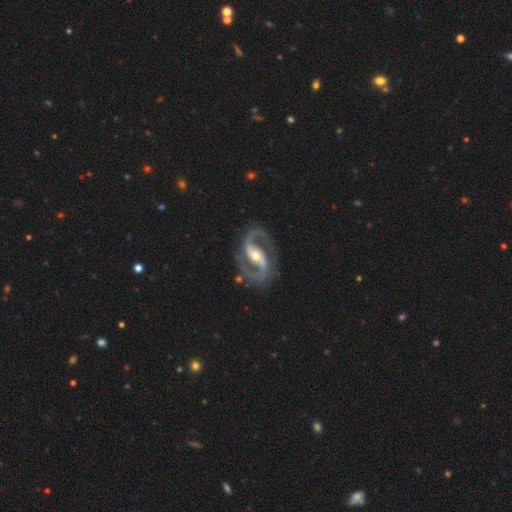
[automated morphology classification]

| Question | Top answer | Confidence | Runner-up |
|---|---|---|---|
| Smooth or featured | featured or disk | 91% | star or artifact (5%) |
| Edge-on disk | no | 97% | yes (3%) |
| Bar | strong | 47% | weak (38%) |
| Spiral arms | yes | 97% | no (3%) |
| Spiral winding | medium | 55% | loose (29%) |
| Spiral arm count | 2 | 93% | can't tell (2%) |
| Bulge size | moderate | 58% | small (33%) |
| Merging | none | 80% | minor disturbance (12%) |